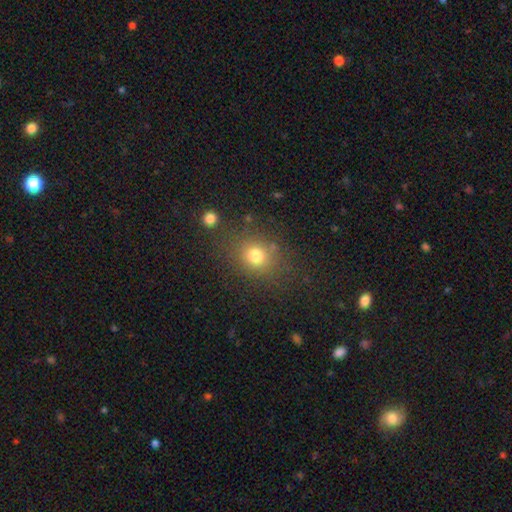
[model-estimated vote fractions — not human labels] A smooth galaxy with no disk features (76%) that is round (71%).

Vote fractions:
- Smooth or featured? smooth: 76% / star or artifact: 16% / featured or disk: 8%
- How rounded? round: 71% / in between: 28% / cigar-shaped: 1%
- Merging? none: 79% / minor disturbance: 11% / major disturbance: 5% / merger: 4%